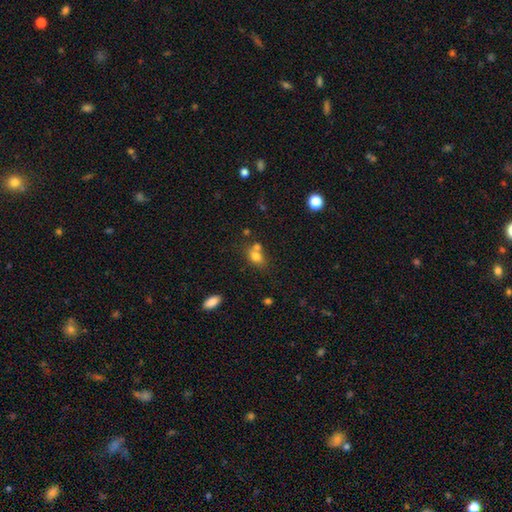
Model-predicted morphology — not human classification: Smooth or featured: smooth — 74% (featured or disk — 13%)
How rounded: in between — 60% (round — 38%)
Merging: merger — 42% (none — 40%)